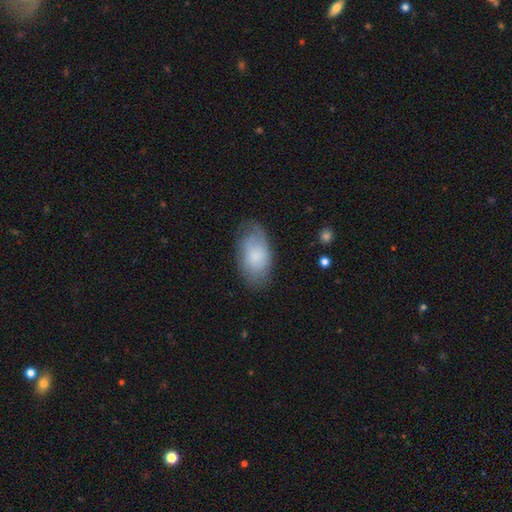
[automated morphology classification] Smooth or featured? Predicted: smooth (p=0.71). How rounded? Predicted: in between (p=0.94). Merging? Predicted: none (p=0.67).